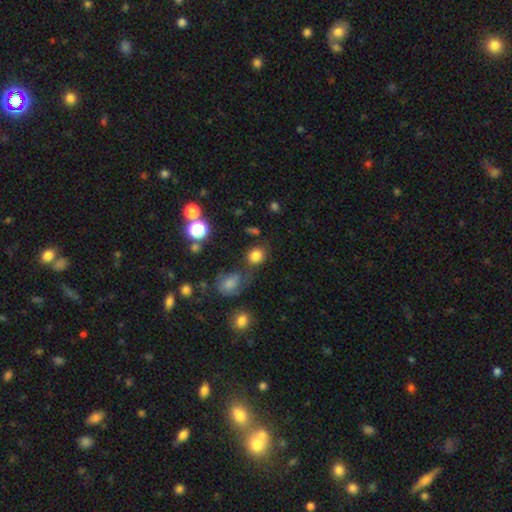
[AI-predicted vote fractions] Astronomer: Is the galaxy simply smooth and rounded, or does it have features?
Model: smooth — 80%.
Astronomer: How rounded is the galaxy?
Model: round — 78%.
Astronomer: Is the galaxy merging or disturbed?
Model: none — 66%.